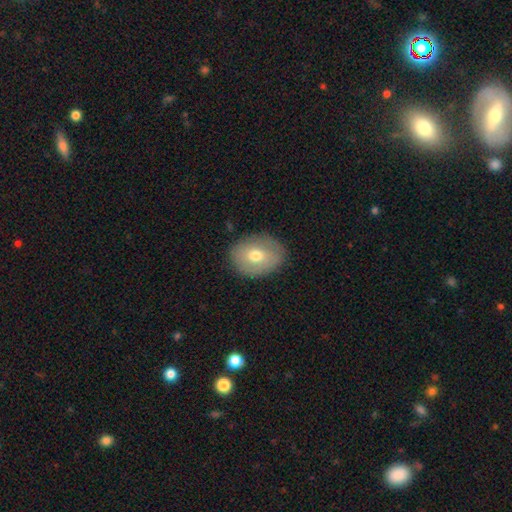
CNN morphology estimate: Smooth or featured?
  - smooth: 66% *
  - featured or disk: 26%
  - star or artifact: 8%
How rounded?
  - in between: 58% *
  - round: 41%
  - cigar-shaped: 1%
Merging?
  - none: 84% *
  - minor disturbance: 11%
  - major disturbance: 3%
  - merger: 1%